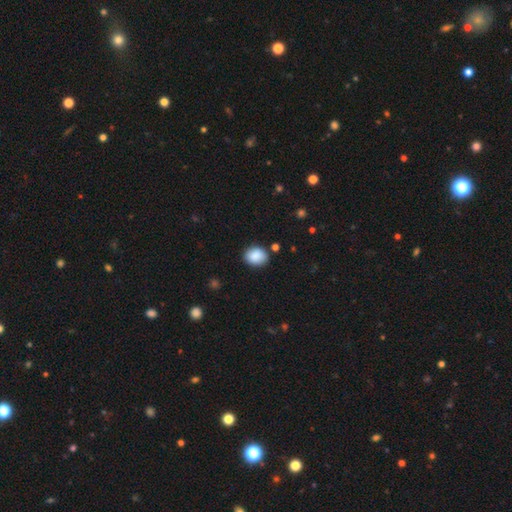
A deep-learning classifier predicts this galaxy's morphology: Q: Smooth or featured?
A: smooth (89%); runner-up: star or artifact (8%)
Q: How rounded?
A: in between (53%); runner-up: round (46%)
Q: Merging?
A: none (84%); runner-up: minor disturbance (11%)